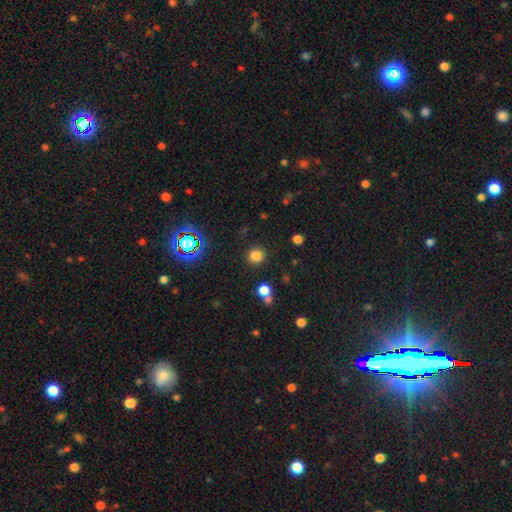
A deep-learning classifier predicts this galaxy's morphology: Smooth or featured?
  - smooth: 78% *
  - star or artifact: 18%
  - featured or disk: 5%
How rounded?
  - round: 93% *
  - in between: 6%
  - cigar-shaped: 1%
Merging?
  - none: 87% *
  - minor disturbance: 6%
  - merger: 3%
  - major disturbance: 3%